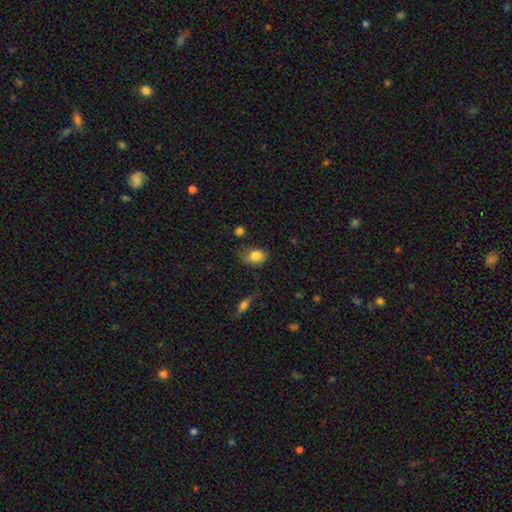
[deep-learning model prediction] A smooth galaxy with no disk features (82%) that is in between round and cigar-shaped (69%).

Vote fractions:
- Smooth or featured? smooth: 82% / featured or disk: 9% / star or artifact: 9%
- How rounded? in between: 69% / round: 29% / cigar-shaped: 1%
- Merging? none: 53% / minor disturbance: 33% / major disturbance: 10% / merger: 4%